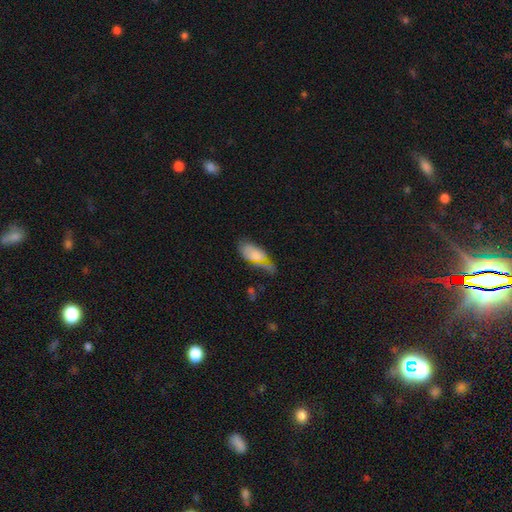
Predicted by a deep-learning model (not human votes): Smooth or featured? smooth (70%)
How rounded? in between (87%)
Merging? none (53%)